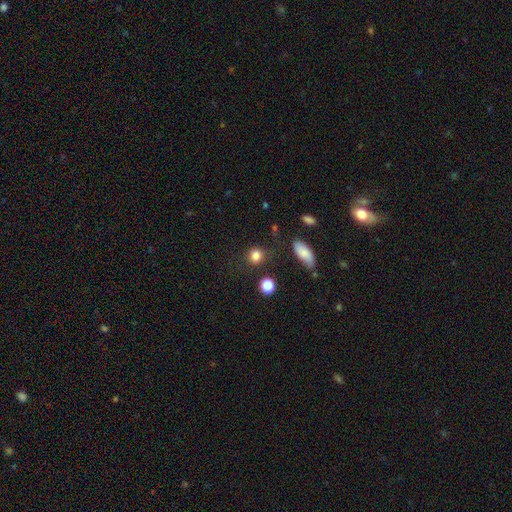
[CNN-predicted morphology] Smooth or featured?
  - smooth: 83% *
  - star or artifact: 11%
  - featured or disk: 6%
How rounded?
  - round: 82% *
  - in between: 17%
  - cigar-shaped: 2%
Merging?
  - none: 79% *
  - minor disturbance: 12%
  - merger: 4%
  - major disturbance: 4%